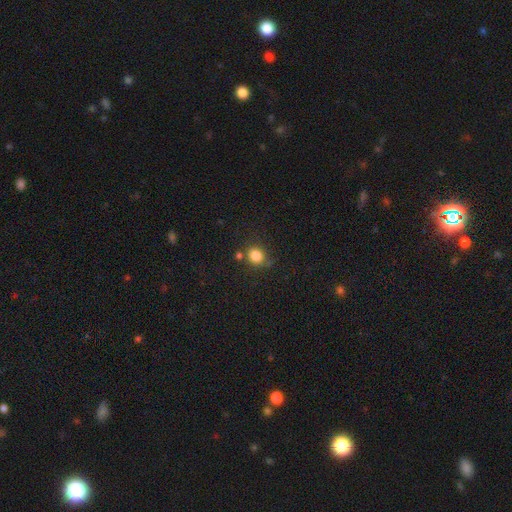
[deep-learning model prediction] Overall: smooth (83%). How rounded: round (75%). Merging: none (72%).